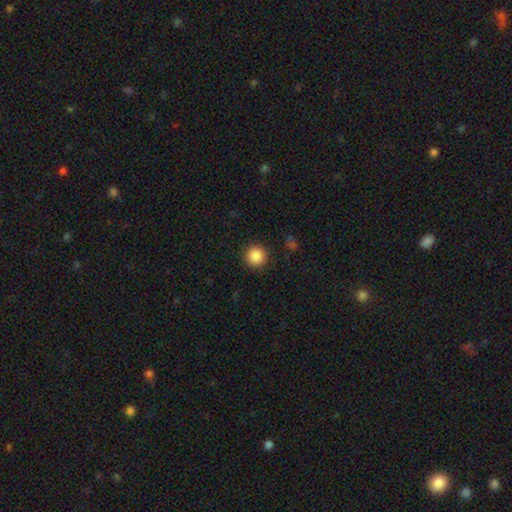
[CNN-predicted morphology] type=smooth (87%); roundness=round (96%); merging=none (92%).